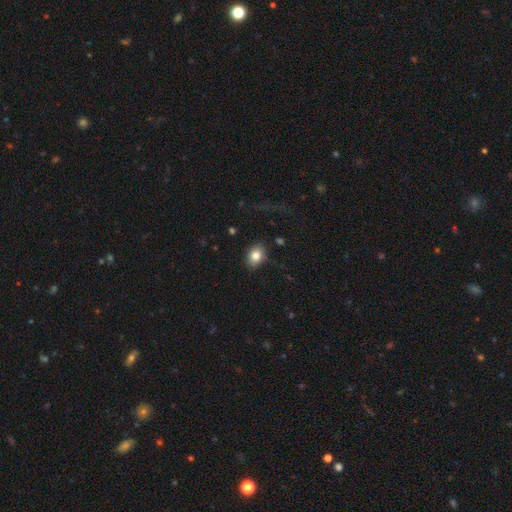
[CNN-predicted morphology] smooth_or_featured: smooth (p=0.82) [alt: star or artifact p=0.09]
how_rounded: in between (p=0.62) [alt: round p=0.37]
merging: none (p=0.87) [alt: minor disturbance p=0.10]